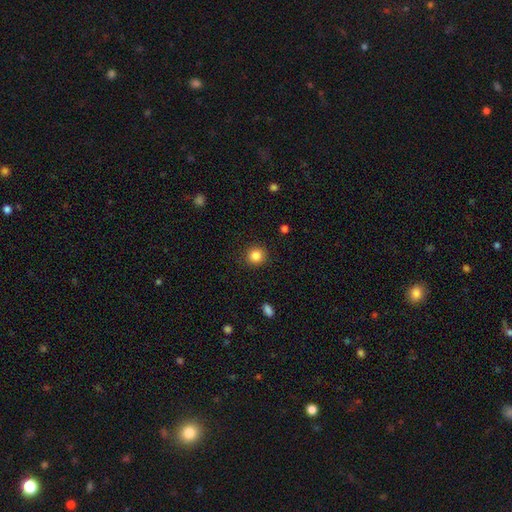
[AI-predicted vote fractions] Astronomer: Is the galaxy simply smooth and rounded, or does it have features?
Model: smooth — 85%.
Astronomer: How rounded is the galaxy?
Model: round — 91%.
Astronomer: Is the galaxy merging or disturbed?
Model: none — 90%.